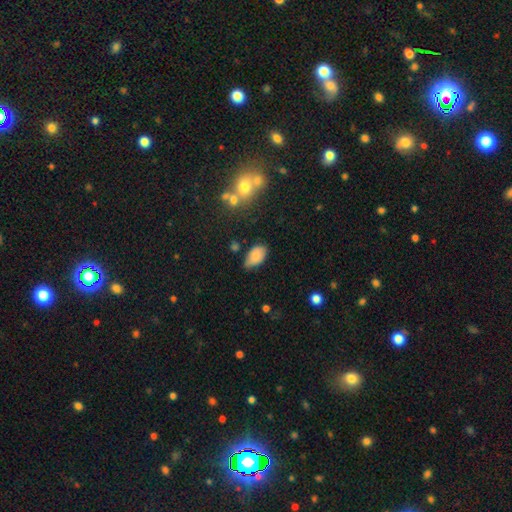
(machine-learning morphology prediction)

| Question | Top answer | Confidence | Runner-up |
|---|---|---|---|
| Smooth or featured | smooth | 82% | featured or disk (9%) |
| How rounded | in between | 92% | round (7%) |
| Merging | none | 56% | minor disturbance (35%) |